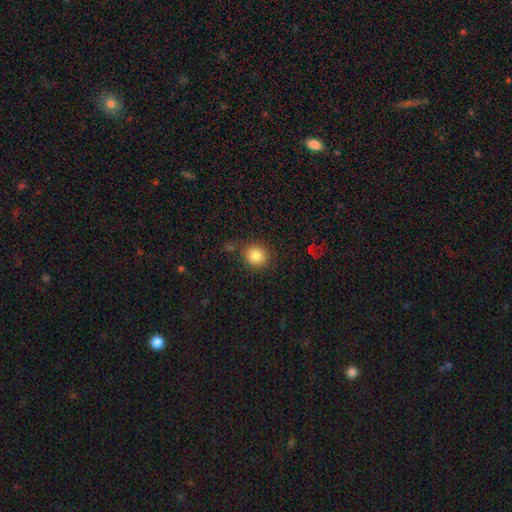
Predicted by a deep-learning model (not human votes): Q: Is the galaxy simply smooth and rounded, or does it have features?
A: smooth — 86%.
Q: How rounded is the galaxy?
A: round — 84%.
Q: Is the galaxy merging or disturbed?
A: none — 77%.